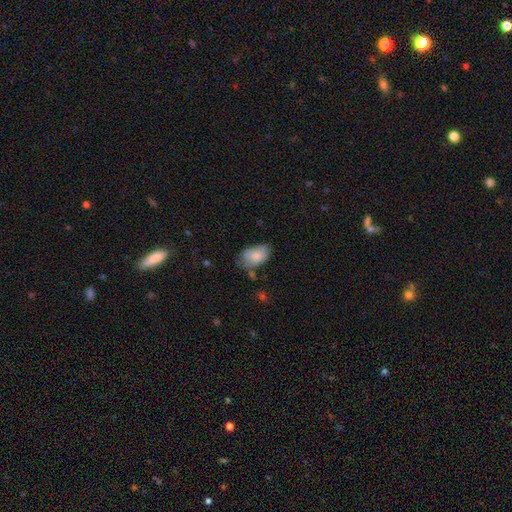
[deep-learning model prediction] Smooth or featured? Predicted: smooth (p=0.80). How rounded? Predicted: in between (p=0.90). Merging? Predicted: none (p=0.49).